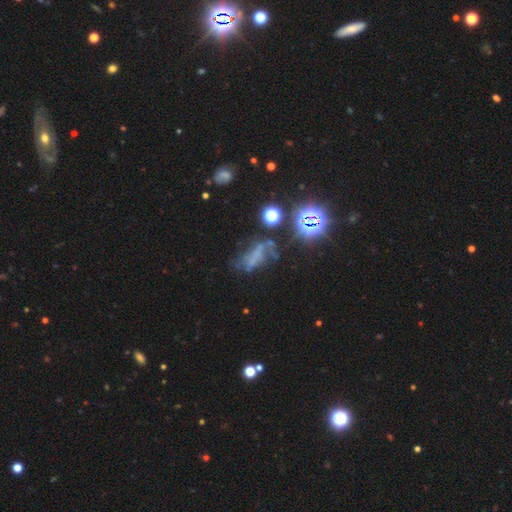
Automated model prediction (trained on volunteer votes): Morphology: type=star or artifact (37%, tied with featured or disk).